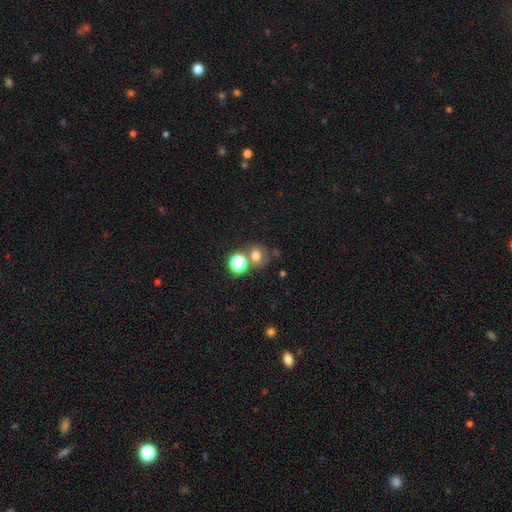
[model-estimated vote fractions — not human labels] This is likely a smooth galaxy (67%). How rounded: likely round (73%). Merging: possibly none (56%).